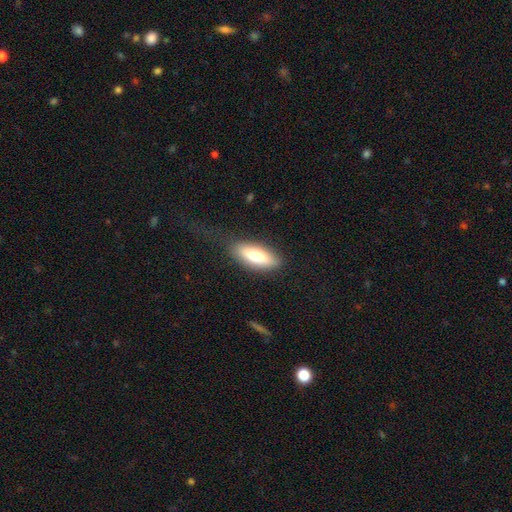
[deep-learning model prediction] smooth-or-featured: smooth: 75% | featured or disk: 19% | star or artifact: 6%
  how-rounded: in between: 71% | cigar-shaped: 26% | round: 2%
  merging: none: 78% | minor disturbance: 15% | major disturbance: 6% | merger: 1%